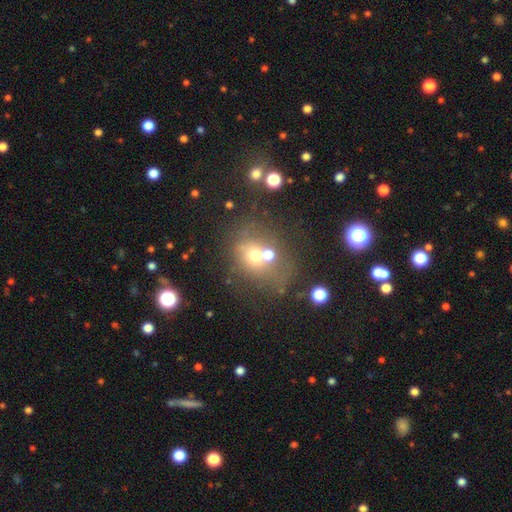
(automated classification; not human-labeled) This is possibly a smooth galaxy (58%). How rounded: likely round (70%). Merging: marginally merger (41%).